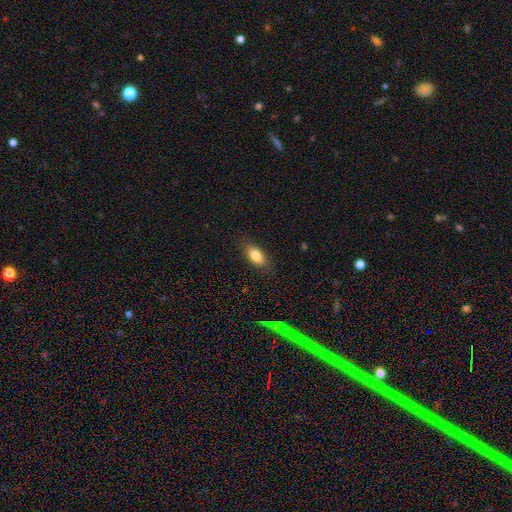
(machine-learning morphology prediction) Smooth or featured: smooth — 83% (featured or disk — 10%)
How rounded: in between — 87% (cigar-shaped — 8%)
Merging: none — 84% (minor disturbance — 12%)